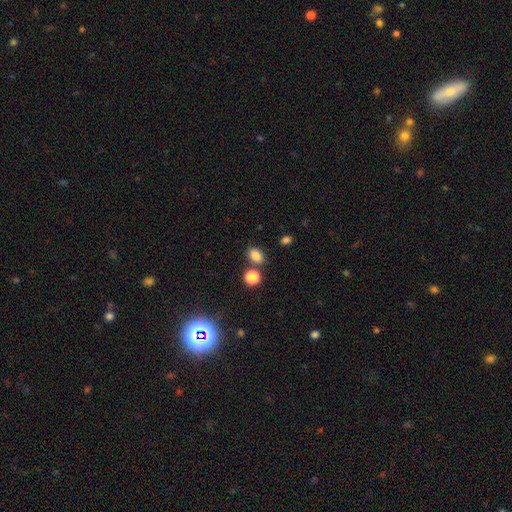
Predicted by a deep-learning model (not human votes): Morphology: type=smooth (82%); roundness=in between (73%); merging=none (73%).